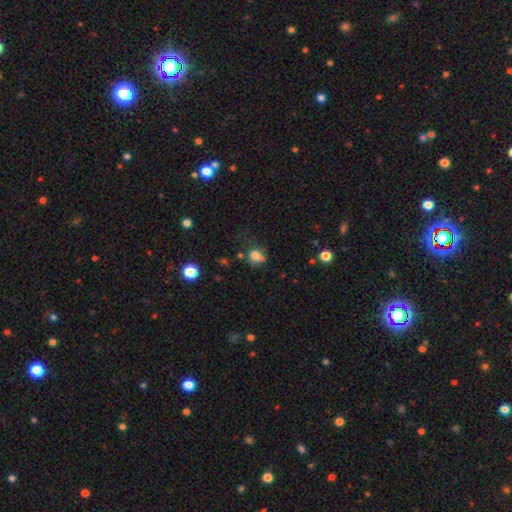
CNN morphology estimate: Overall: smooth (77%). How rounded: round (72%). Merging: none (50%; minor disturbance 23%).